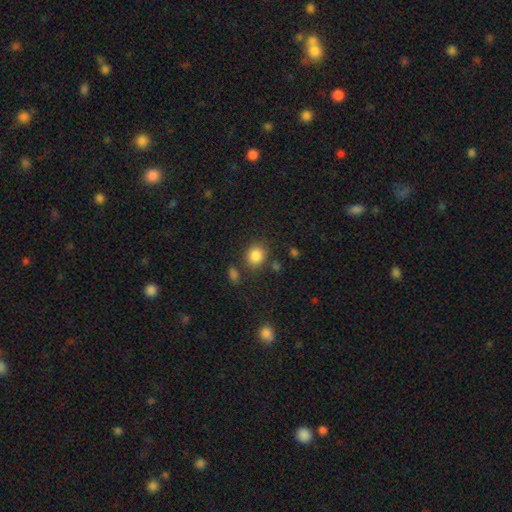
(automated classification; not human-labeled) smooth_or_featured: smooth (p=0.85) [alt: star or artifact p=0.10]
how_rounded: round (p=0.69) [alt: in between p=0.30]
merging: none (p=0.77) [alt: minor disturbance p=0.12]